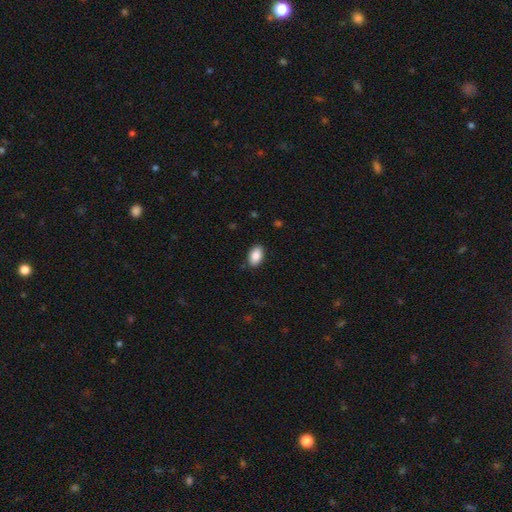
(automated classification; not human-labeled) Overall: smooth (89%). How rounded: in between (93%). Merging: none (86%).